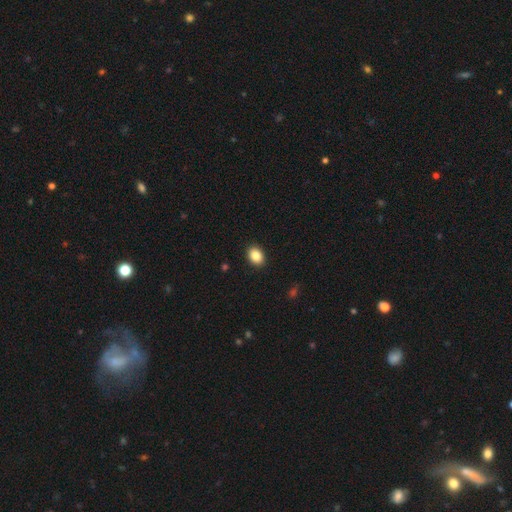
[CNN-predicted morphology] This appears to be a smooth galaxy with no disk features (87%) that is in between round and cigar-shaped (68%). Merging: none (91%).